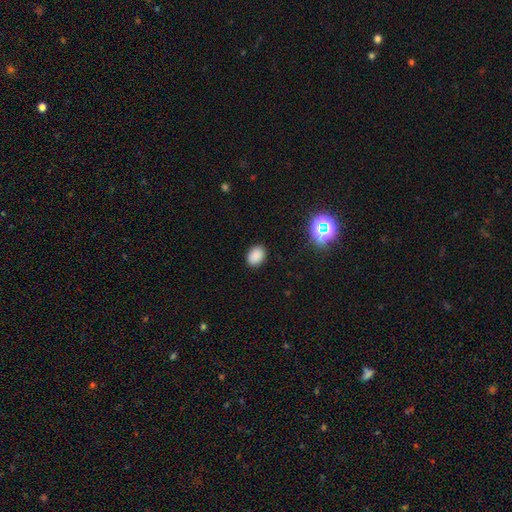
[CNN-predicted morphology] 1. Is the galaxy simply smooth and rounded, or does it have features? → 85% smooth, 11% star or artifact, 3% featured or disk.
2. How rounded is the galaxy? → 75% in between, 24% round, 1% cigar-shaped.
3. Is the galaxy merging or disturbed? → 88% none, 9% minor disturbance, 2% major disturbance, 1% merger.